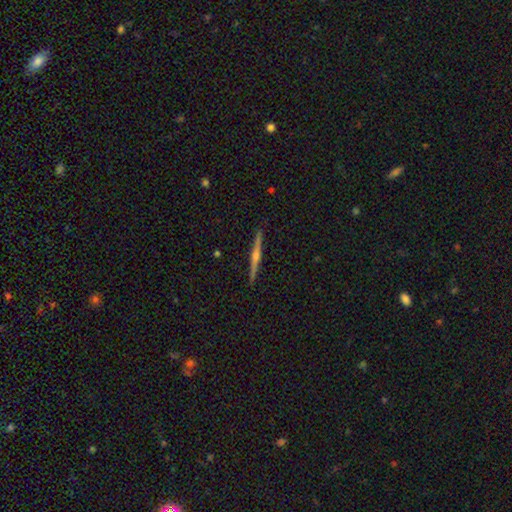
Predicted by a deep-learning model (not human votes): featured or disk 81%, smooth 14%, star or artifact 6%. Down the decision tree: edge-on disk — yes (99%); edge-on bulge — rounded (85%); merging — none (93%).